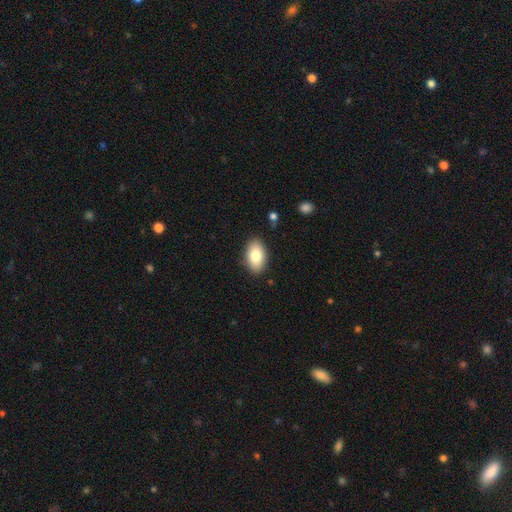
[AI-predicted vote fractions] Smooth or featured: smooth — 81% (featured or disk — 12%)
How rounded: in between — 93% (round — 5%)
Merging: none — 87% (minor disturbance — 10%)